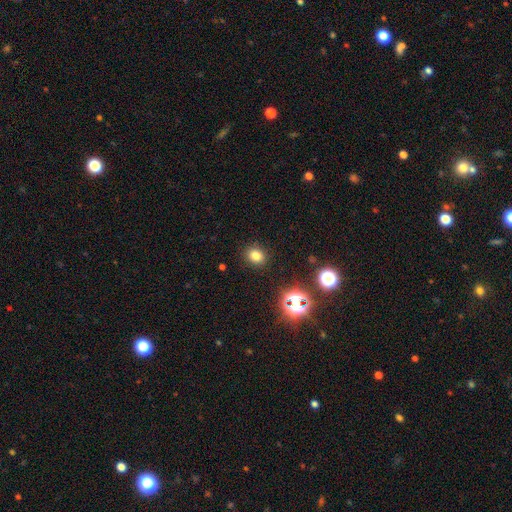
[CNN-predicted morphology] smooth-or-featured: smooth: 78% | star or artifact: 17% | featured or disk: 6%
  how-rounded: round: 64% | in between: 35% | cigar-shaped: 1%
  merging: none: 89% | minor disturbance: 7% | major disturbance: 3% | merger: 1%